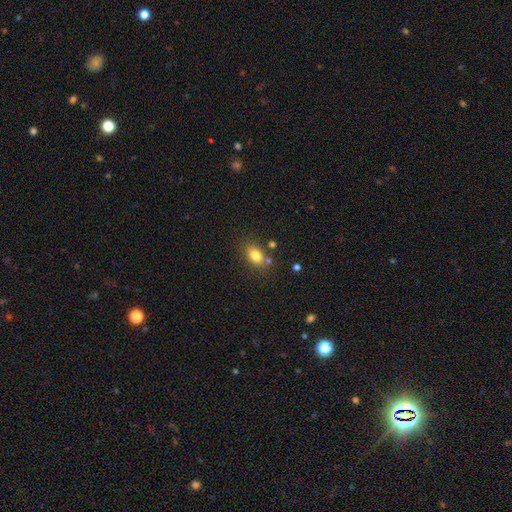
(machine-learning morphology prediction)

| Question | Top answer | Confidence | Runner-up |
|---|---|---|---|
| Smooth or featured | smooth | 80% | star or artifact (11%) |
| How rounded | in between | 77% | round (21%) |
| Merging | none | 72% | minor disturbance (13%) |